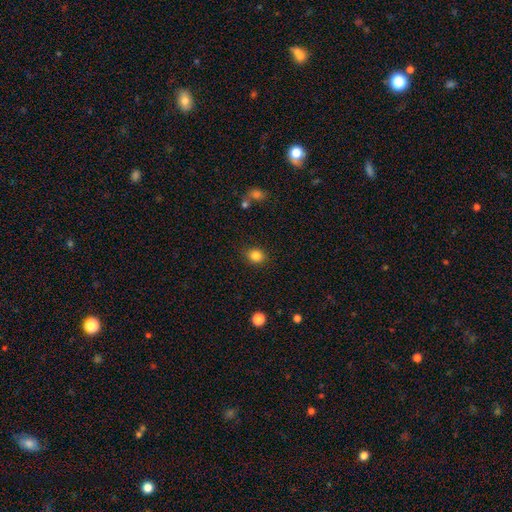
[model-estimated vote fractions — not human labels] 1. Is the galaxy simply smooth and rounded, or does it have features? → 84% smooth, 11% star or artifact, 5% featured or disk.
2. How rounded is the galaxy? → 67% round, 32% in between, 1% cigar-shaped.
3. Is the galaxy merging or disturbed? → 87% none, 9% minor disturbance, 3% major disturbance, 2% merger.